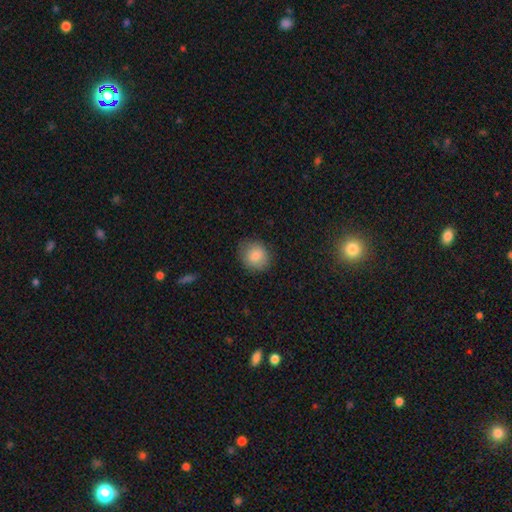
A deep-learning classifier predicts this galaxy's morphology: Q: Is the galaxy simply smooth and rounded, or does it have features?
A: smooth — 84%.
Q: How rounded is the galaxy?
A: round — 74%.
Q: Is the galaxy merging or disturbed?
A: none — 81%.